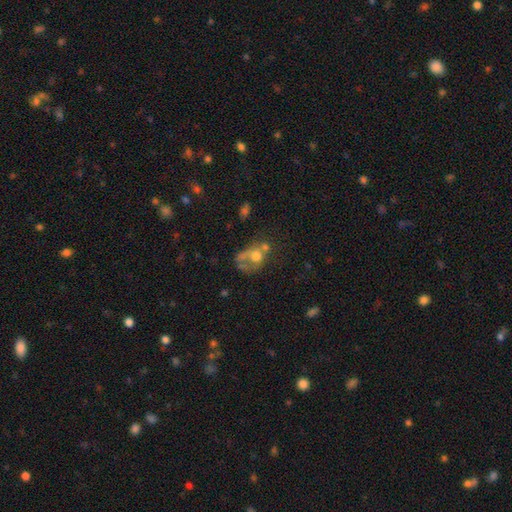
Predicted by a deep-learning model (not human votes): smooth 48%, featured or disk 37%, star or artifact 15%. Down the decision tree: merging — merger (37%).